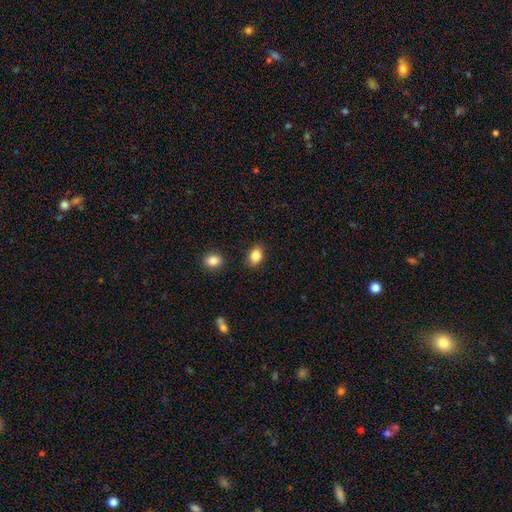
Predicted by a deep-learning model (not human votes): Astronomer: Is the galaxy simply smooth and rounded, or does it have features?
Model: smooth — 85%.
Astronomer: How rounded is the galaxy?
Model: in between — 78%.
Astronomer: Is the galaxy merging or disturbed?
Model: none — 85%.